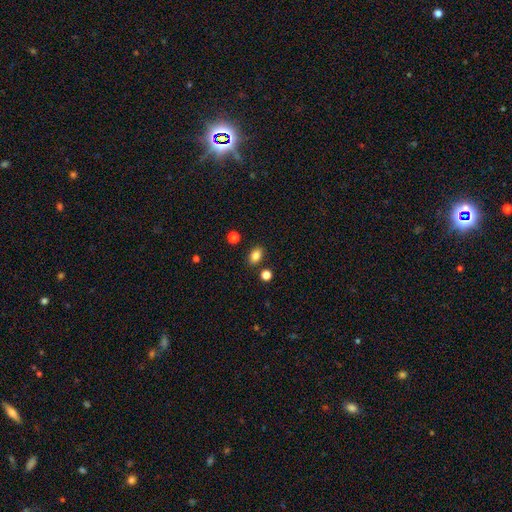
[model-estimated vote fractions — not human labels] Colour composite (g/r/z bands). It shows a smooth galaxy with no disk features (84%) that is in between round and cigar-shaped (79%). Merging: none (84%).